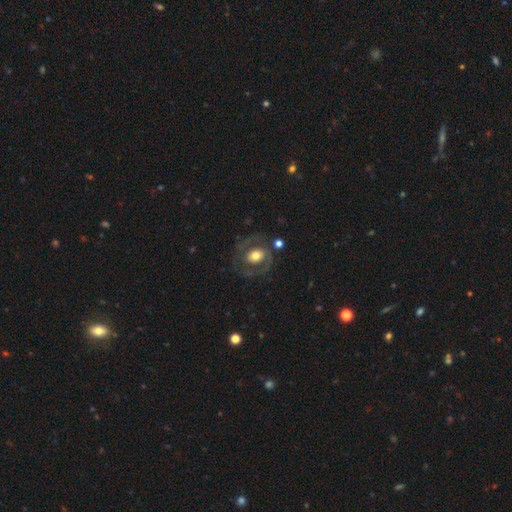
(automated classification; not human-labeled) smooth-or-featured: featured or disk: 63% | smooth: 30% | star or artifact: 7%
  disk-edge-on: no: 96% | yes: 4%
    bar: no: 61% | weak: 27% | strong: 11%
    has-spiral-arms: yes: 63% | no: 37%
    bulge-size: moderate: 58% | large: 30% | small: 8% | dominant: 3% | none: 1%
  merging: none: 67% | minor disturbance: 16% | major disturbance: 14% | merger: 3%